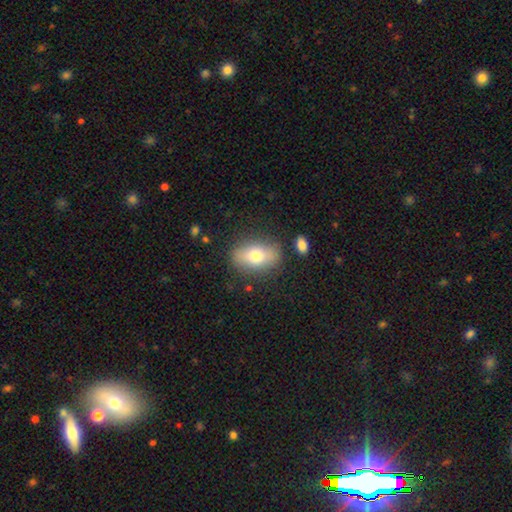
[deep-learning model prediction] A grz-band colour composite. It shows a smooth galaxy with no disk features (70%) that is in between round and cigar-shaped (83%). Merging: none (81%).